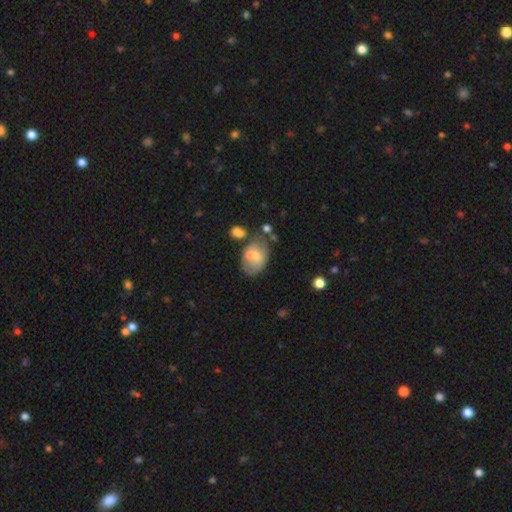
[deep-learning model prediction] Morphology: type=smooth (54%); roundness=in between (82%); merging=none (40%).